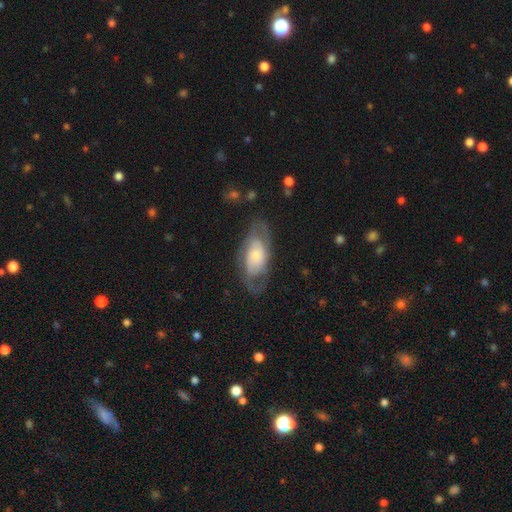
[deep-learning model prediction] smooth_or_featured: featured or disk (p=0.67) [alt: smooth p=0.27]
disk_edge_on: no (p=0.92) [alt: yes p=0.08]
bar: no (p=0.74) [alt: weak p=0.21]
has_spiral_arms: yes (p=0.81) [alt: no p=0.19]
bulge_size: small (p=0.45) [alt: moderate p=0.34]
merging: none (p=0.63) [alt: minor disturbance p=0.20]